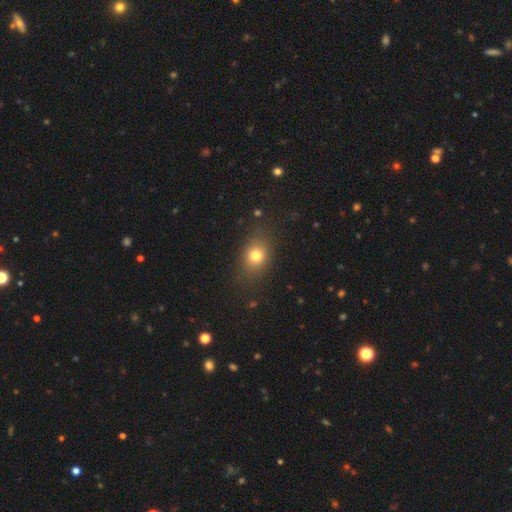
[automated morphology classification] smooth_or_featured: smooth (p=0.78) [alt: star or artifact p=0.13]
how_rounded: round (p=0.51) [alt: in between p=0.48]
merging: none (p=0.80) [alt: minor disturbance p=0.13]